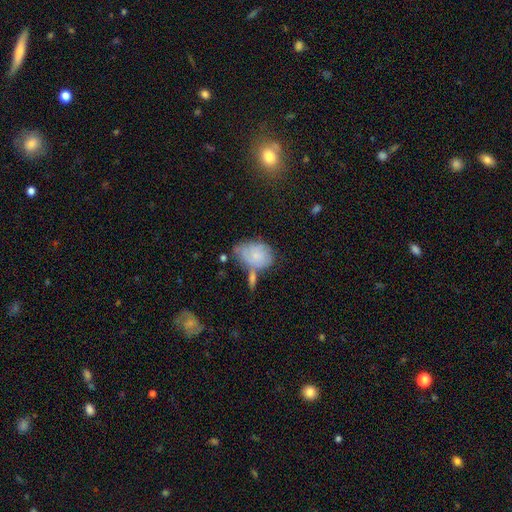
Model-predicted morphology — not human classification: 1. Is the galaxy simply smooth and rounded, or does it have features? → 62% smooth, 29% featured or disk, 8% star or artifact.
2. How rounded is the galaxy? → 80% in between, 19% round, 2% cigar-shaped.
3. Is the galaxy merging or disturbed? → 39% none, 27% minor disturbance, 22% merger, 13% major disturbance.